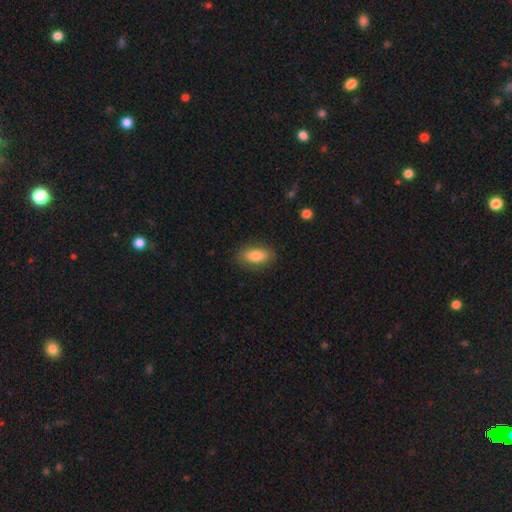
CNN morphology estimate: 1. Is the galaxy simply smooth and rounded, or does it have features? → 82% smooth, 12% featured or disk, 7% star or artifact.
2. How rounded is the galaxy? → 87% in between, 8% cigar-shaped, 5% round.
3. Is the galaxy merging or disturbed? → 84% none, 12% minor disturbance, 3% major disturbance, 1% merger.